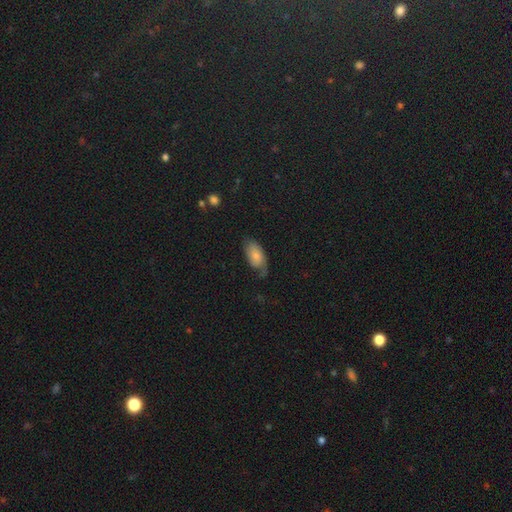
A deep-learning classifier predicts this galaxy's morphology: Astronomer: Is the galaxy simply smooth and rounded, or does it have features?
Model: smooth — 65%.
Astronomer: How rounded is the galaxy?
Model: in between — 92%.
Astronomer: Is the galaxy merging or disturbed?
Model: none — 47% (runner-up: minor disturbance, 33%).